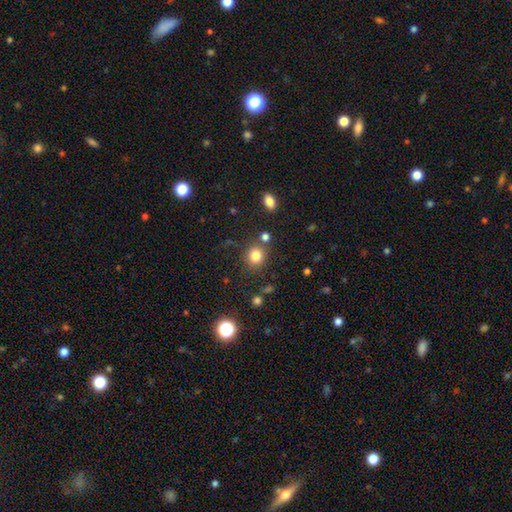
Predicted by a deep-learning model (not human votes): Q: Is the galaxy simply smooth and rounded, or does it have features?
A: smooth — 81%.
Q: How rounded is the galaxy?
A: round — 79%.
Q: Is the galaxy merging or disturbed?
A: none — 75%.